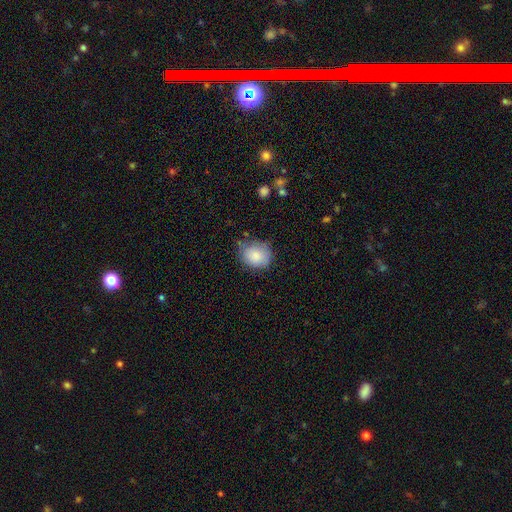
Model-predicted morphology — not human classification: Smooth or featured: smooth — 85% (featured or disk — 8%)
How rounded: round — 59% (in between — 40%)
Merging: none — 65% (minor disturbance — 27%)